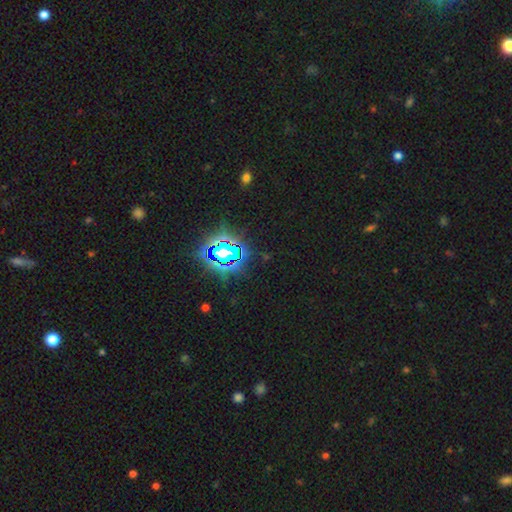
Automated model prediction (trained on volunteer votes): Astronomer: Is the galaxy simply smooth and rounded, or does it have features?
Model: star or artifact — 82%.